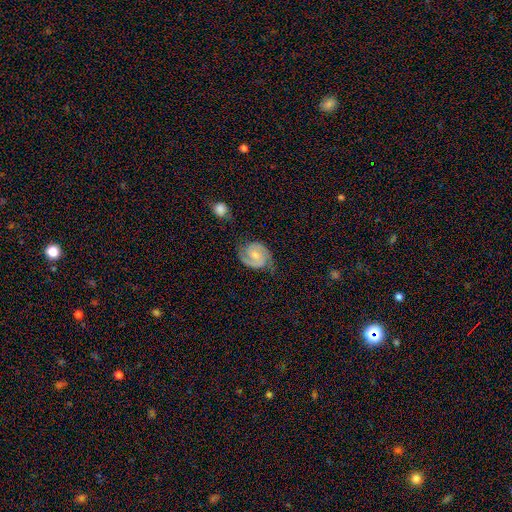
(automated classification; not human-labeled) Overall: featured or disk (86%). Edge-on disk: no (98%). Bar: no (53%; weak 40%). Spiral arms: yes (98%). Spiral arm count: 2 (91%). Spiral winding: tight (47%; medium 44%). Bulge size: moderate (49%; small 39%). Merging: none (71%).